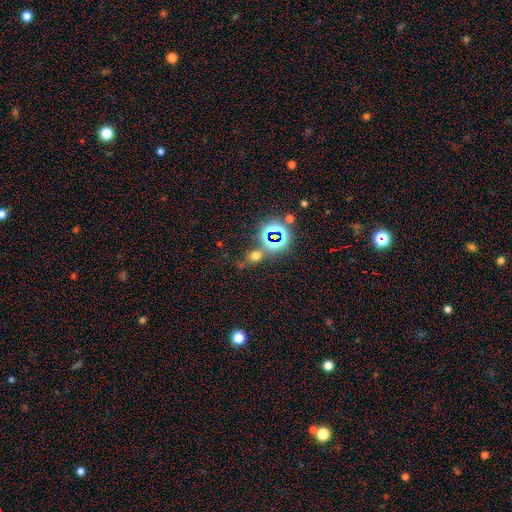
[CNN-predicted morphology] This appears to be a smooth galaxy with no disk features (49%). Merging: none (68%).